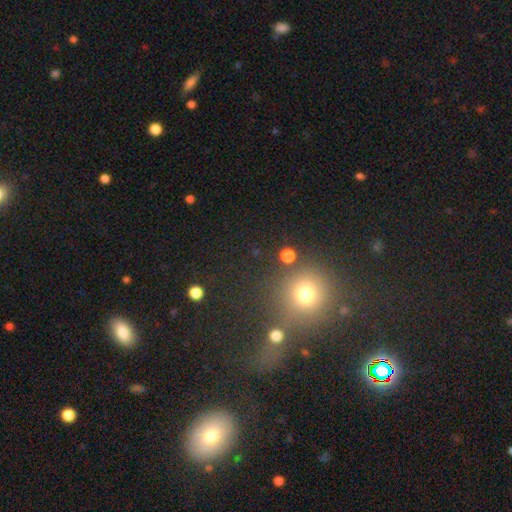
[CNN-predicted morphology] A smooth galaxy with no disk features (52%) that is round (88%).

Vote fractions:
- Smooth or featured? smooth: 52% / star or artifact: 39% / featured or disk: 9%
- How rounded? round: 88% / in between: 10% / cigar-shaped: 2%
- Merging? none: 74% / merger: 11% / minor disturbance: 10% / major disturbance: 6%